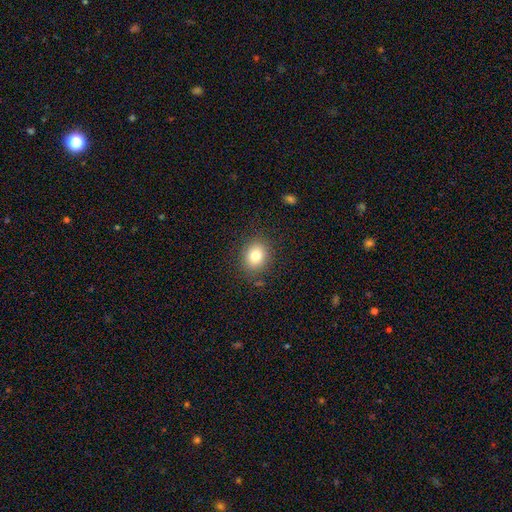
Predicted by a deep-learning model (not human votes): Smooth or featured?
  - smooth: 80% *
  - star or artifact: 11%
  - featured or disk: 9%
How rounded?
  - round: 65% *
  - in between: 34%
  - cigar-shaped: 1%
Merging?
  - none: 85% *
  - minor disturbance: 10%
  - major disturbance: 3%
  - merger: 2%